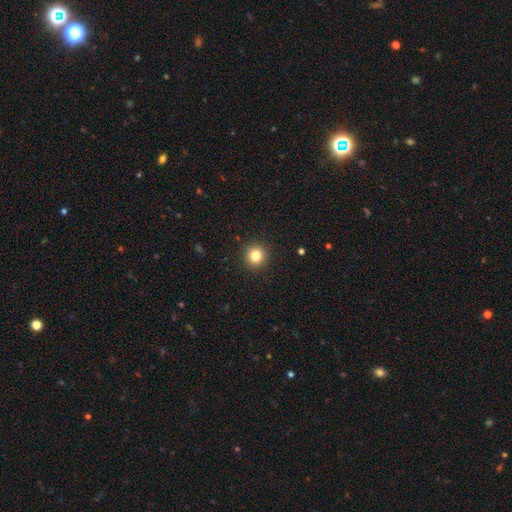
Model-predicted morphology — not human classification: Smooth or featured?
  - smooth: 82% *
  - star or artifact: 12%
  - featured or disk: 6%
How rounded?
  - round: 94% *
  - in between: 5%
  - cigar-shaped: 1%
Merging?
  - none: 92% *
  - minor disturbance: 5%
  - major disturbance: 2%
  - merger: 1%